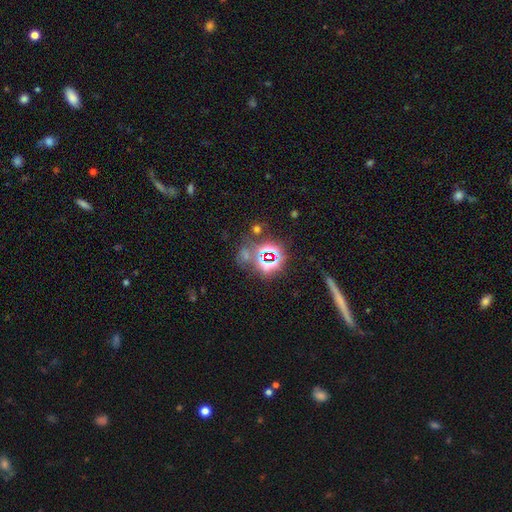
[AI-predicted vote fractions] A star or artifact, not a galaxy (72%).